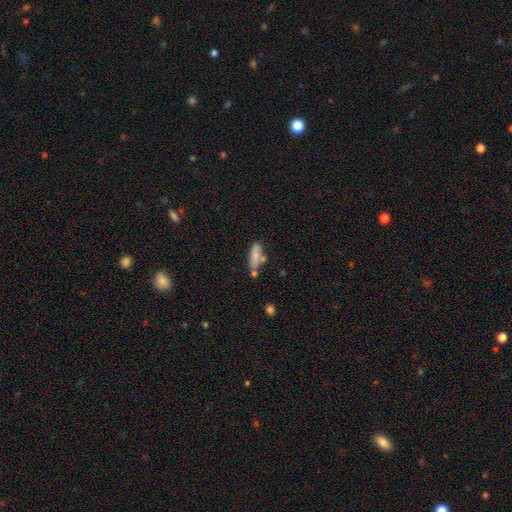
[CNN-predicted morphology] Q: Smooth or featured?
A: smooth (76%); runner-up: featured or disk (17%)
Q: How rounded?
A: in between (55%); runner-up: cigar-shaped (43%)
Q: Merging?
A: none (52%); runner-up: merger (21%)